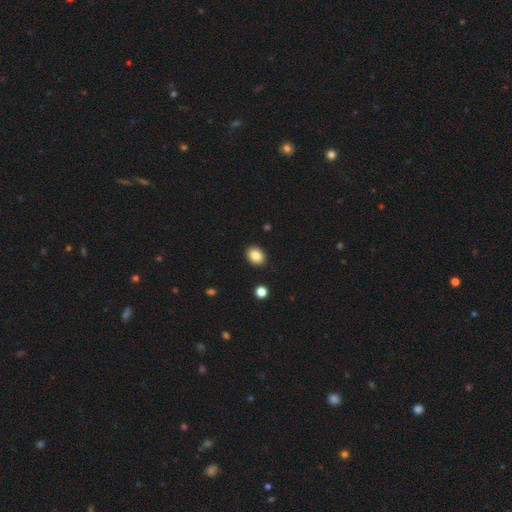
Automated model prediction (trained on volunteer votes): Smooth or featured: smooth — 86% (star or artifact — 9%)
How rounded: in between — 64% (round — 35%)
Merging: none — 90% (minor disturbance — 6%)